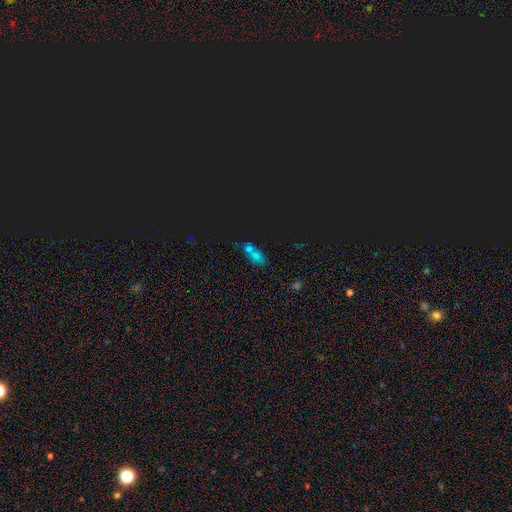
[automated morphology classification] smooth_or_featured: smooth (p=0.52) [alt: star or artifact p=0.34]
how_rounded: in between (p=0.65) [alt: round p=0.26]
merging: merger (p=0.52) [alt: none p=0.32]